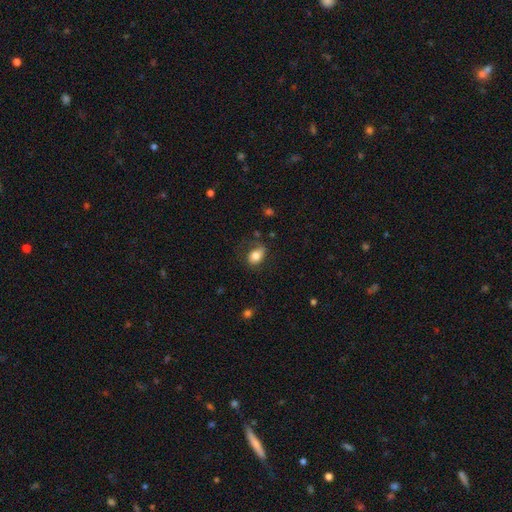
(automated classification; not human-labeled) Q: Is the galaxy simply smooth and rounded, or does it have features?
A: smooth — 80%.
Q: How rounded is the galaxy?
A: in between — 84%.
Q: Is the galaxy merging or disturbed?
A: none — 63%.